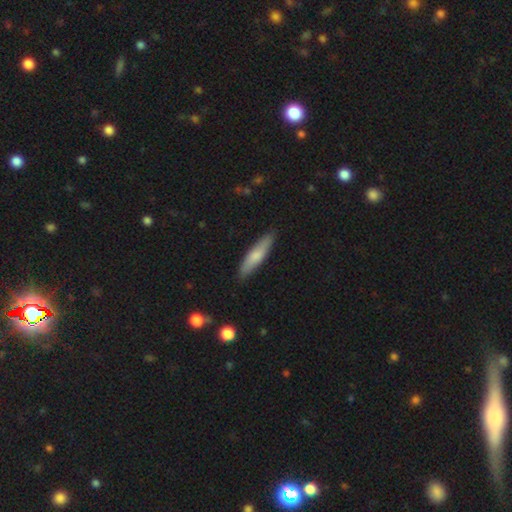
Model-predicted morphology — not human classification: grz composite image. It shows a smooth galaxy with no disk features (69%) that is cigar-shaped (79%). Merging: none (87%).